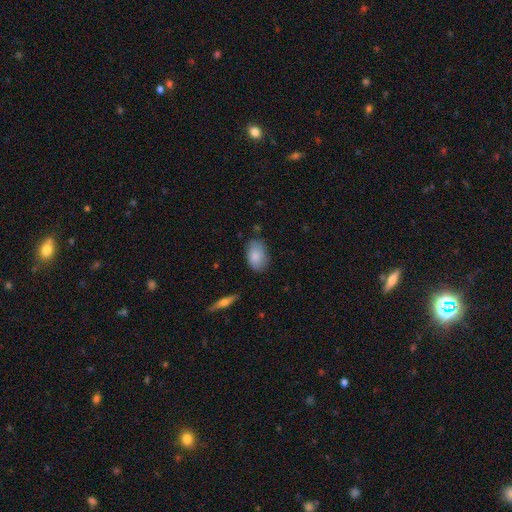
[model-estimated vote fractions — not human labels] smooth 84%, featured or disk 10%, star or artifact 6%. Down the decision tree: how rounded — in between (91%); merging — none (77%).